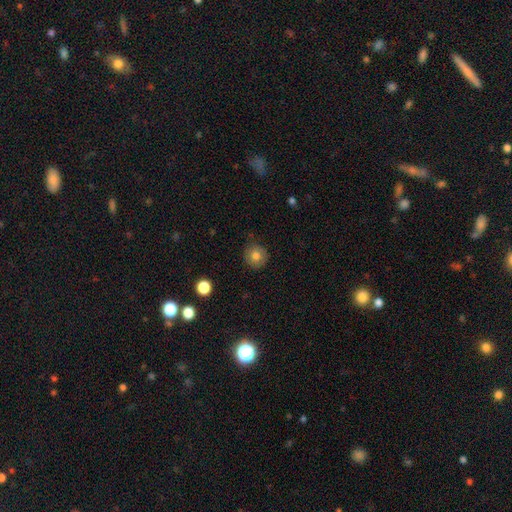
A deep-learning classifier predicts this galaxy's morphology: This is likely a smooth galaxy (78%). How rounded: clearly round (92%). Merging: clearly none (85%).